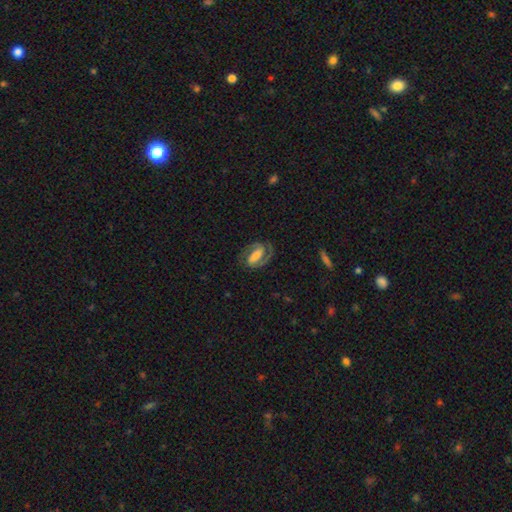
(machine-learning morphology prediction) The model was most divided on "bulge size": moderate: 34%, small: 26%, large: 23%, none: 14%, dominant: 3%. Remaining: edge-on disk — no (96%); spiral arms — yes (92%); spiral arm count — 2 (84%); smooth or featured — featured or disk (76%); merging — none (72%); bar — strong (53%); spiral winding — medium (48%).